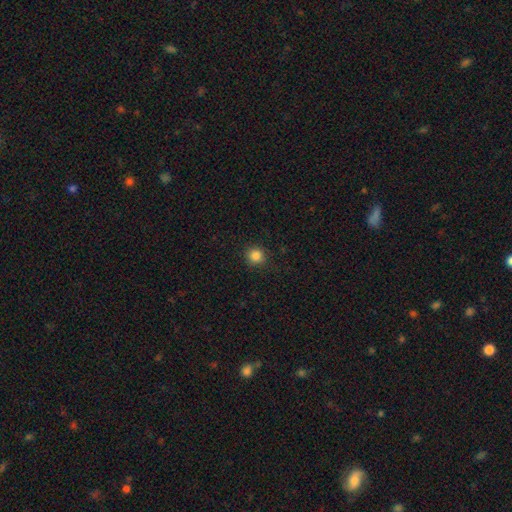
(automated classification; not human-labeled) Q: Smooth or featured?
A: smooth (85%); runner-up: star or artifact (12%)
Q: How rounded?
A: round (93%); runner-up: in between (6%)
Q: Merging?
A: none (90%); runner-up: minor disturbance (7%)